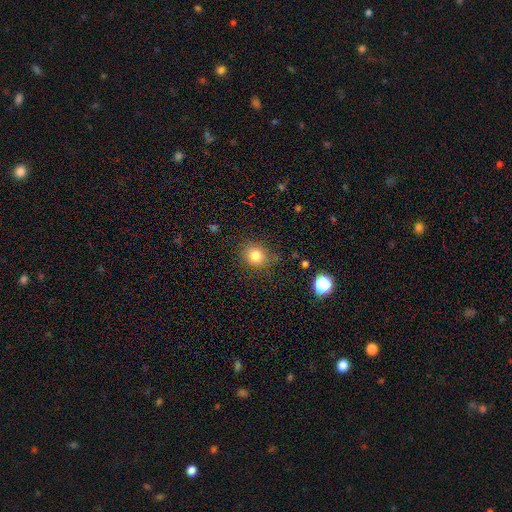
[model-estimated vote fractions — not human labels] Smooth or featured? Predicted: smooth (p=0.81). How rounded? Predicted: round (p=0.79). Merging? Predicted: none (p=0.79).